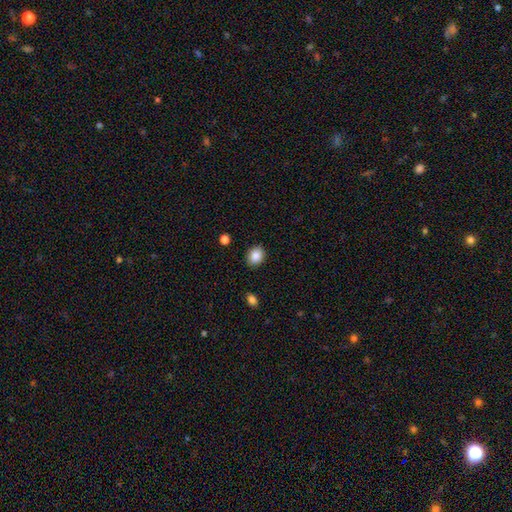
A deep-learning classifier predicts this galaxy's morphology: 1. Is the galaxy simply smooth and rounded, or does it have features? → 87% smooth, 8% star or artifact, 4% featured or disk.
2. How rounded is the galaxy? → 54% round, 46% in between, 1% cigar-shaped.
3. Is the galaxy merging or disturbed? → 89% none, 7% minor disturbance, 2% major disturbance, 1% merger.